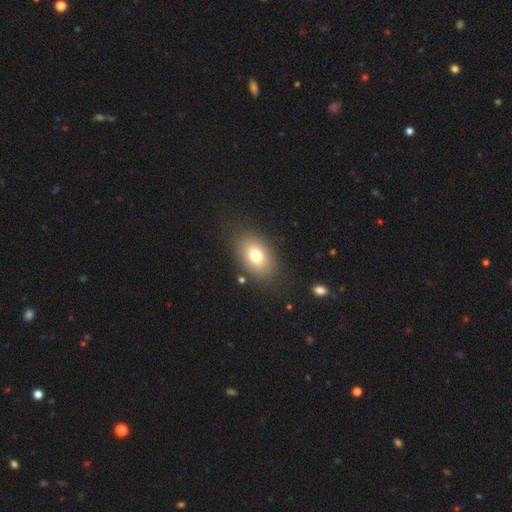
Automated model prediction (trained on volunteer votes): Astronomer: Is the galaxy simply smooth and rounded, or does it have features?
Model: smooth — 76%.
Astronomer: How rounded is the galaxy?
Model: in between — 85%.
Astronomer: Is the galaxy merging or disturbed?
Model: none — 82%.